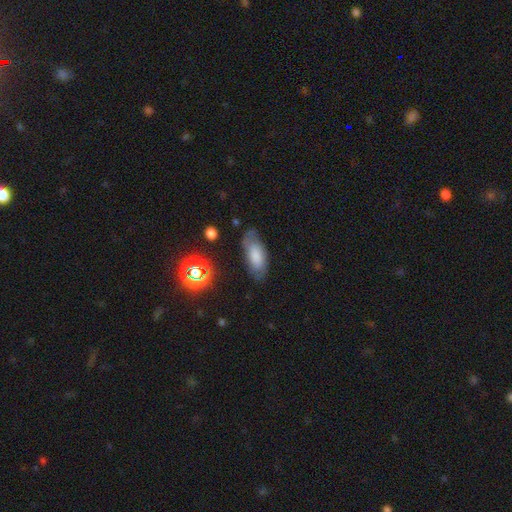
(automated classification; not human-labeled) Overall: smooth (66%). How rounded: in between (83%). Merging: none (66%).